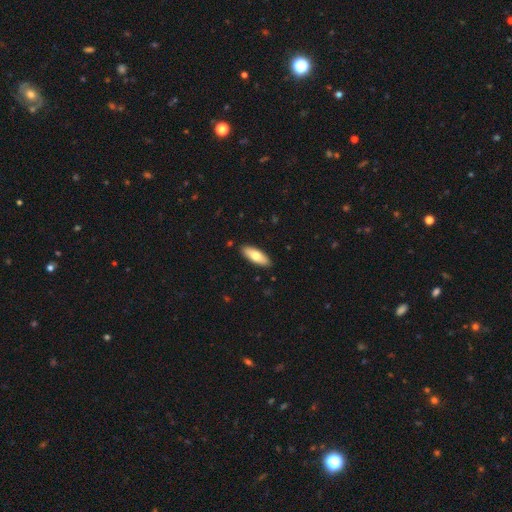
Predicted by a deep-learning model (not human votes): This appears to be a smooth galaxy with no disk features (72%) that is in between round and cigar-shaped (69%). Merging: none (89%).